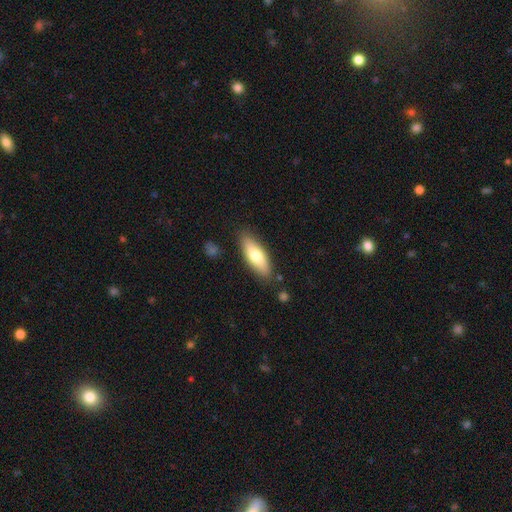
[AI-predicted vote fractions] The model was most divided on "how rounded": in between: 65%, cigar-shaped: 33%, round: 2%. More confident: merging — none (84%); smooth or featured — smooth (70%).